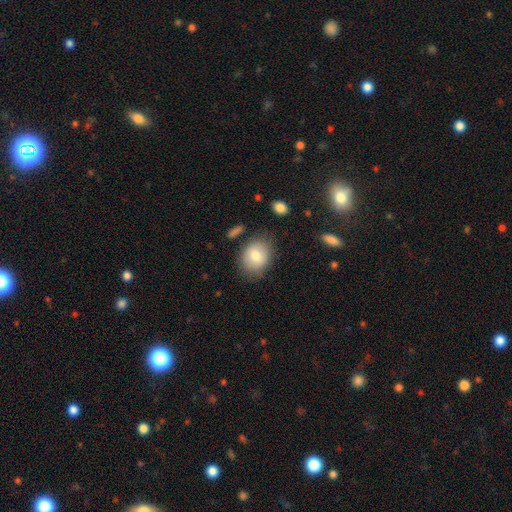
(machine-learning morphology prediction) This is likely a smooth galaxy (79%). How rounded: possibly in between (59%). Merging: likely none (74%).